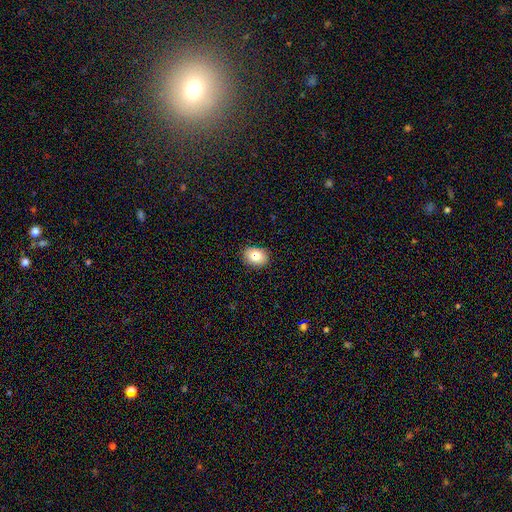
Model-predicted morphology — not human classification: smooth-or-featured: smooth: 82% | featured or disk: 9% | star or artifact: 9%
  how-rounded: in between: 64% | round: 35% | cigar-shaped: 1%
  merging: none: 88% | minor disturbance: 9% | major disturbance: 2% | merger: 1%